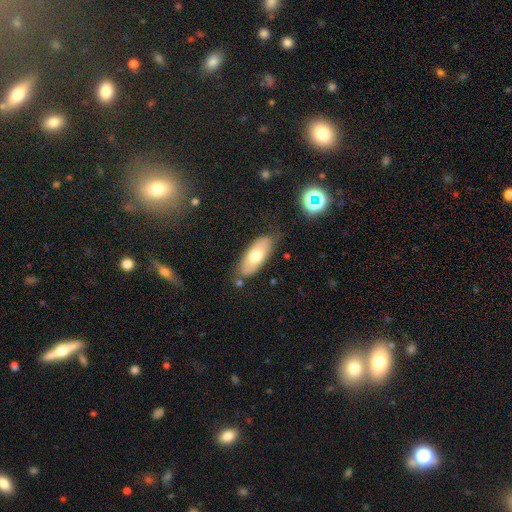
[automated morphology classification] Smooth or featured?
  - smooth: 69% *
  - featured or disk: 25%
  - star or artifact: 7%
How rounded?
  - in between: 78% *
  - cigar-shaped: 19%
  - round: 2%
Merging?
  - none: 77% *
  - minor disturbance: 16%
  - merger: 4%
  - major disturbance: 4%